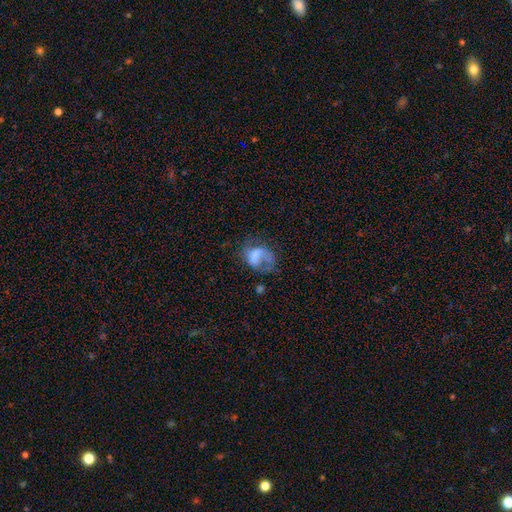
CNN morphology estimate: Q: Smooth or featured?
A: smooth (48%); runner-up: featured or disk (41%)
Q: Merging?
A: major disturbance (45%); runner-up: none (28%)